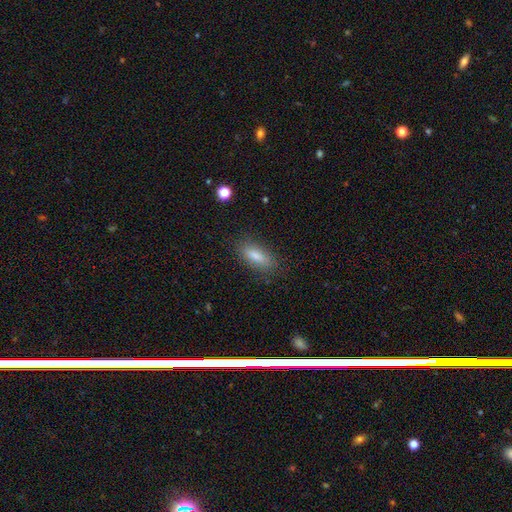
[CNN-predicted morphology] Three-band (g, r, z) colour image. It shows a smooth galaxy with no disk features (82%) that is in between round and cigar-shaped (65%). Merging: none (82%).